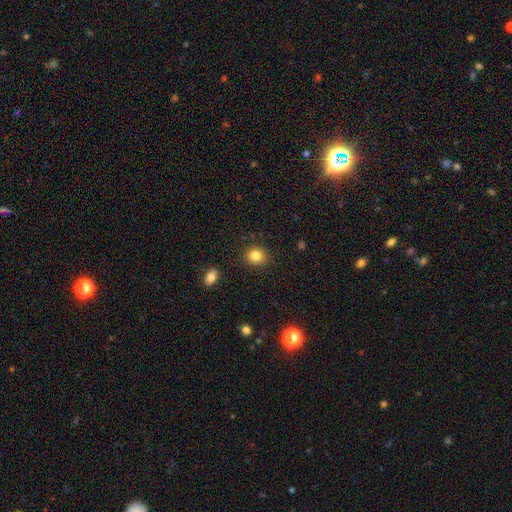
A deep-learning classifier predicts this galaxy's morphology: Overall: smooth (84%). How rounded: round (77%). Merging: none (89%).